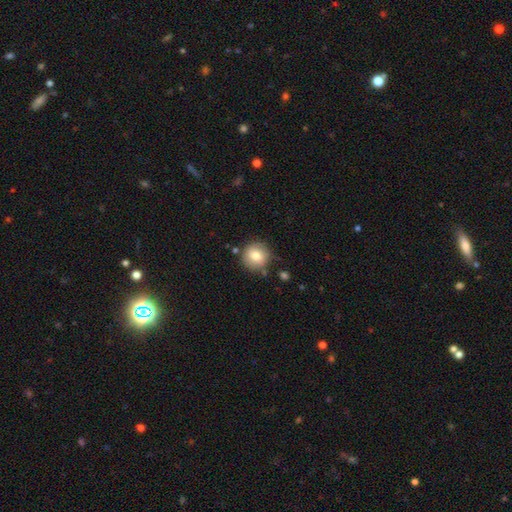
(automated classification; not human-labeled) smooth-or-featured: smooth: 80% | featured or disk: 11% | star or artifact: 9%
  how-rounded: round: 92% | in between: 7% | cigar-shaped: 1%
  merging: none: 82% | minor disturbance: 11% | merger: 4% | major disturbance: 3%